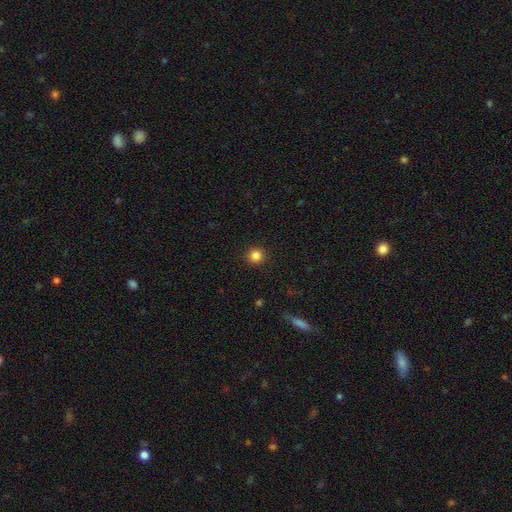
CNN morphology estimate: Overall: smooth (84%). How rounded: round (94%). Merging: none (92%).